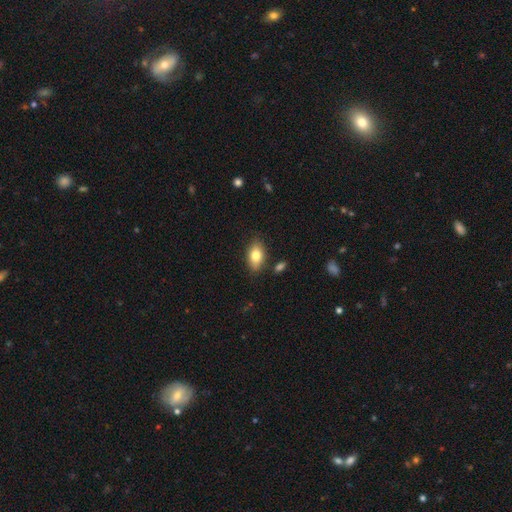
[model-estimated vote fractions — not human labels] A smooth galaxy with no disk features (78%) that is in between round and cigar-shaped (88%). Merging: none (81%).